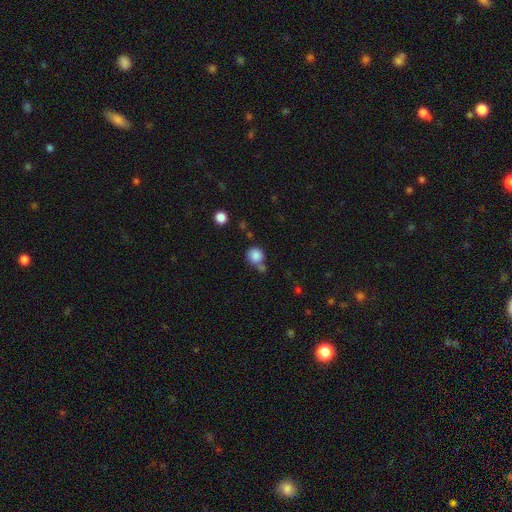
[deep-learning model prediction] The model was most divided on "merging": none: 58%, merger: 24%, minor disturbance: 13%, major disturbance: 5%. More confident: how rounded — round (90%); smooth or featured — smooth (85%).